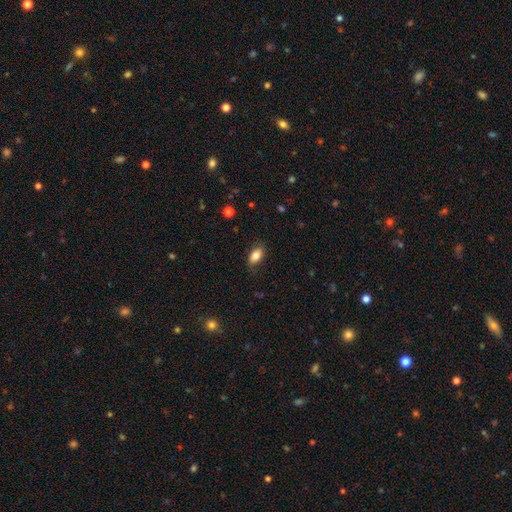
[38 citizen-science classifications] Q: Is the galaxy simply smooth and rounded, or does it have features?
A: smooth — 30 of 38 (79%).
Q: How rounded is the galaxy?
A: in between — 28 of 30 (93%).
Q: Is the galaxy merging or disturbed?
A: none — 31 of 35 (89%).